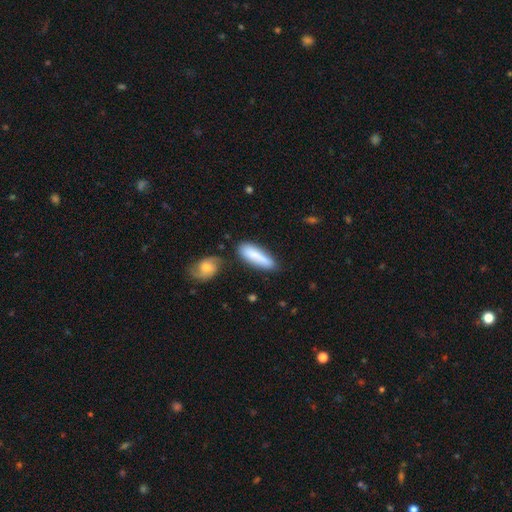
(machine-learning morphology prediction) The model was most divided on "how rounded": cigar-shaped: 53%, in between: 45%, round: 2%. More confident: smooth or featured — smooth (81%); merging — none (66%).